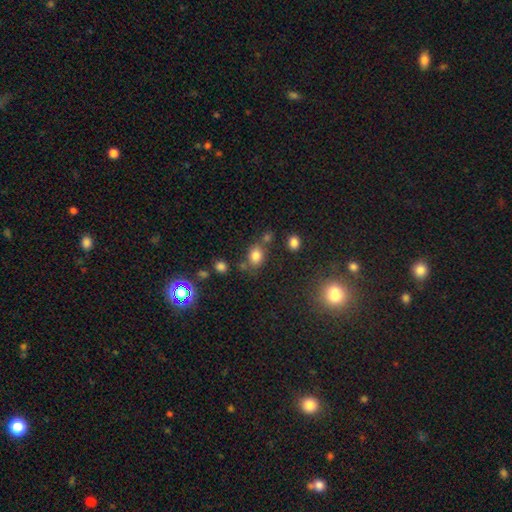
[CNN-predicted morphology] A smooth galaxy with no disk features (77%) that is in between round and cigar-shaped (55%). Merging: none (64%).